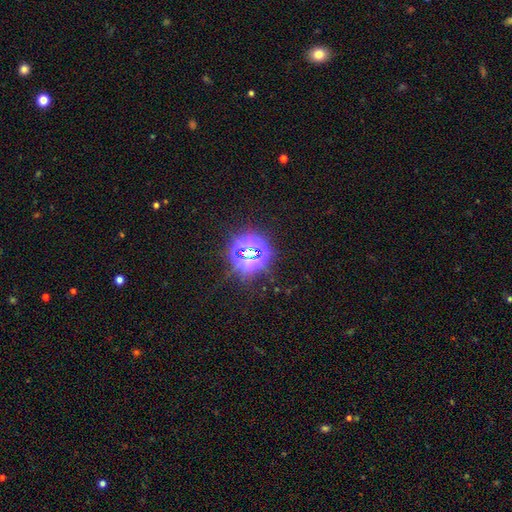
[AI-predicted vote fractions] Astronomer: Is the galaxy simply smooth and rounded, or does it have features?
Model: star or artifact — 79%.